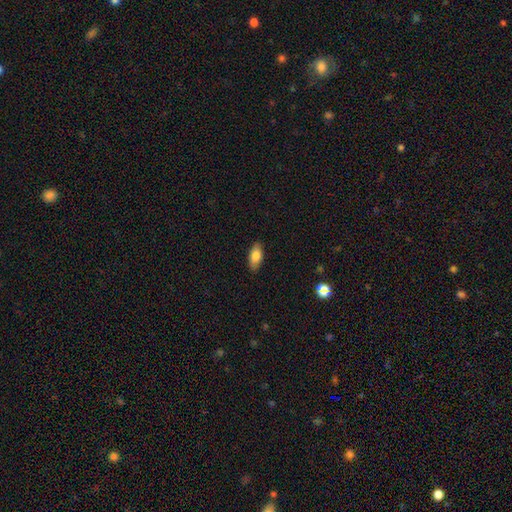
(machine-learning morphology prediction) smooth 80%, featured or disk 13%, star or artifact 7%. Down the decision tree: how rounded — in between (88%); merging — none (87%).